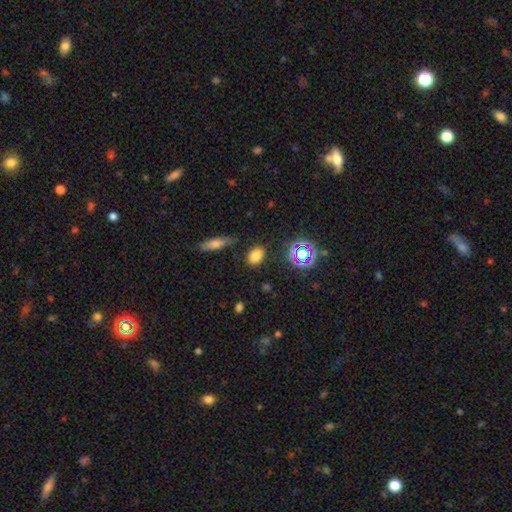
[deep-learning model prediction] Smooth or featured: smooth — 77% (star or artifact — 17%)
How rounded: in between — 77% (round — 20%)
Merging: none — 84% (minor disturbance — 10%)